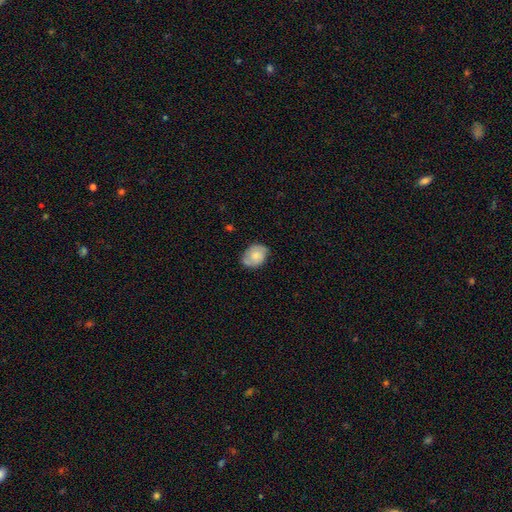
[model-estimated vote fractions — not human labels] smooth_or_featured: smooth (p=0.61) [alt: featured or disk p=0.31]
how_rounded: in between (p=0.67) [alt: round p=0.32]
merging: none (p=0.67) [alt: minor disturbance p=0.26]